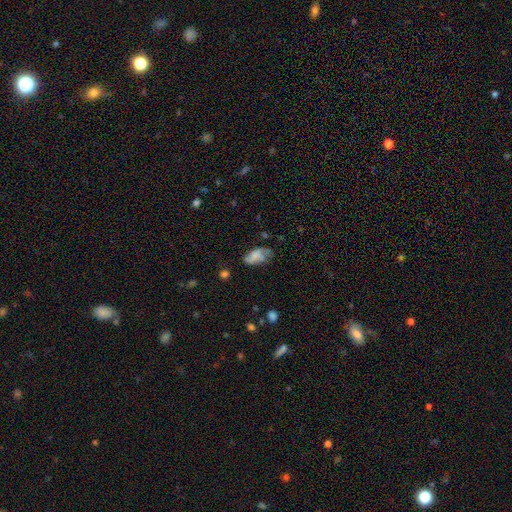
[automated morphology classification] Q: Smooth or featured?
A: smooth (52%); runner-up: featured or disk (39%)
Q: How rounded?
A: in between (90%); runner-up: cigar-shaped (5%)
Q: Merging?
A: none (46%); runner-up: minor disturbance (31%)